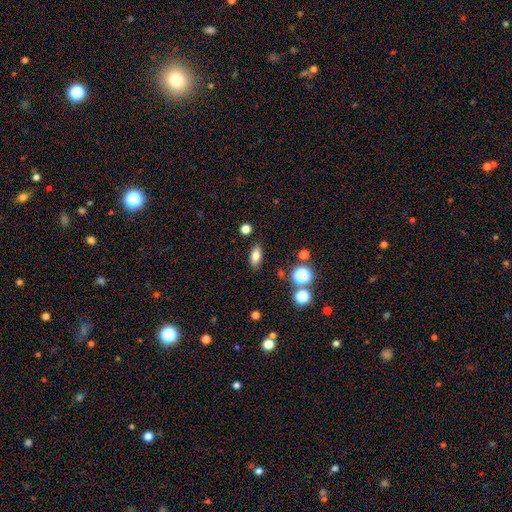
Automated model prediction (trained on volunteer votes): Smooth or featured?
  - smooth: 77% *
  - featured or disk: 12%
  - star or artifact: 11%
How rounded?
  - in between: 82% *
  - cigar-shaped: 10%
  - round: 9%
Merging?
  - none: 85% *
  - minor disturbance: 10%
  - major disturbance: 3%
  - merger: 3%